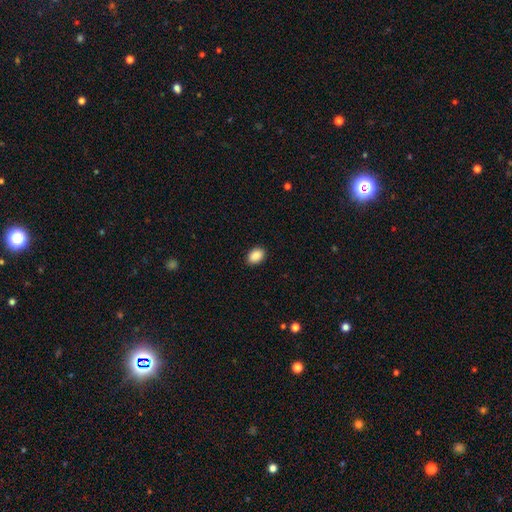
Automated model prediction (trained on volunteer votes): smooth_or_featured: smooth (p=0.90) [alt: star or artifact p=0.07]
how_rounded: in between (p=0.81) [alt: round p=0.18]
merging: none (p=0.90) [alt: minor disturbance p=0.07]